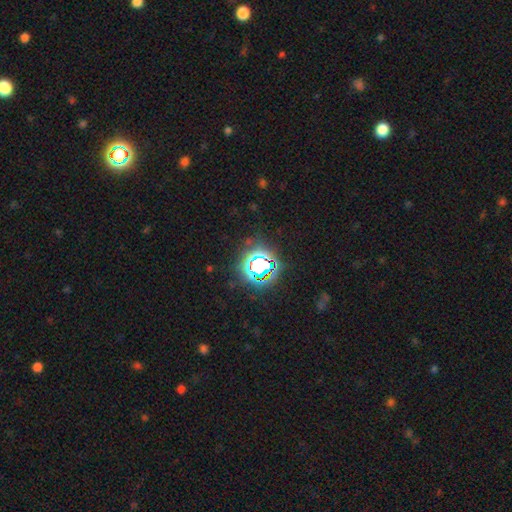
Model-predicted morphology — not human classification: type=star or artifact (78%).